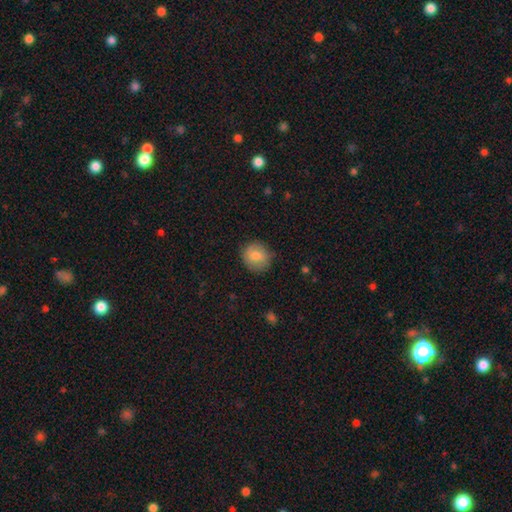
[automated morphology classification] Smooth or featured? smooth (79%)
How rounded? round (84%)
Merging? none (80%)